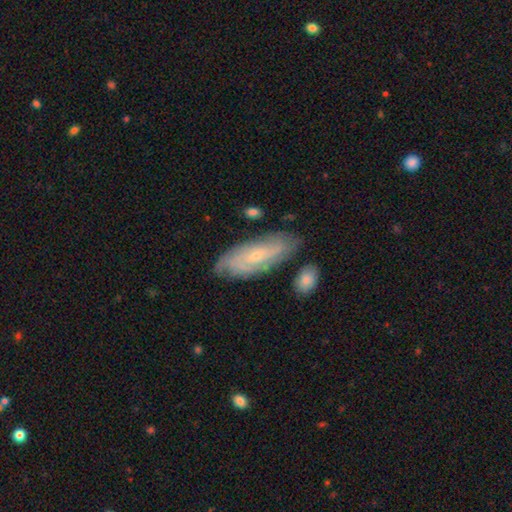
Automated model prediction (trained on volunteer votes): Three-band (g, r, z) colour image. It shows a featured or disk galaxy (63%) with no bar (61%), spiral arms (84%) and a small central bulge (72%). Merging: none (72%).